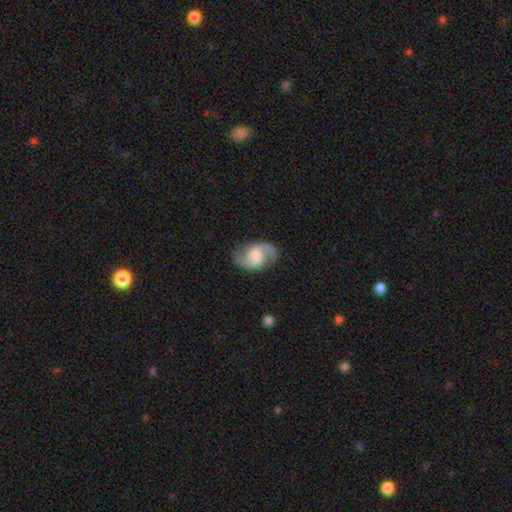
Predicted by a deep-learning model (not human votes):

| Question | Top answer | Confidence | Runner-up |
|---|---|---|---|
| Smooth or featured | featured or disk | 84% | smooth (10%) |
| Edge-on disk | no | 98% | yes (2%) |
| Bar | weak | 51% | no (33%) |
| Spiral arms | yes | 96% | no (4%) |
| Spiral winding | medium | 49% | loose (40%) |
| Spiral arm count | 2 | 93% | can't tell (2%) |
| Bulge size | moderate | 31% | none (24%) |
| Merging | none | 82% | minor disturbance (12%) |